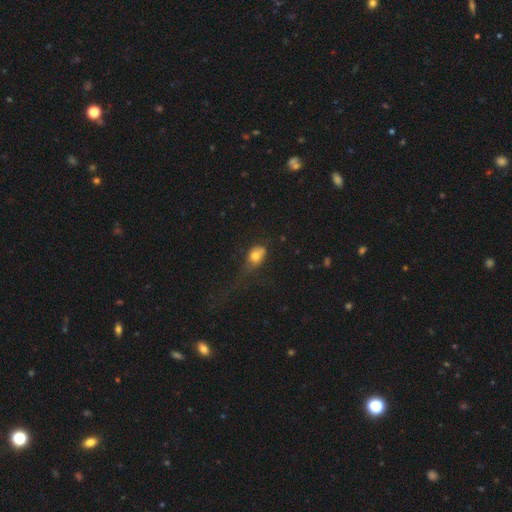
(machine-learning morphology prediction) A smooth galaxy with no disk features (76%) that is in between round and cigar-shaped (74%).

Vote fractions:
- Smooth or featured? smooth: 76% / featured or disk: 14% / star or artifact: 10%
- How rounded? in between: 74% / round: 23% / cigar-shaped: 3%
- Merging? major disturbance: 34% / none: 33% / minor disturbance: 29% / merger: 4%